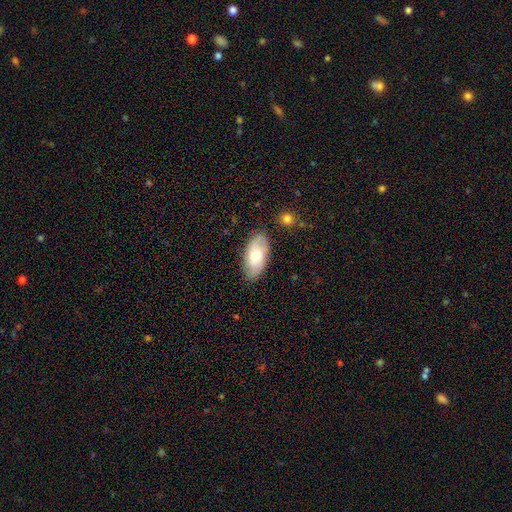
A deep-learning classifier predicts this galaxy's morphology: smooth-or-featured: smooth: 66% | featured or disk: 28% | star or artifact: 6%
  how-rounded: in between: 93% | cigar-shaped: 4% | round: 2%
  merging: none: 80% | minor disturbance: 15% | major disturbance: 3% | merger: 2%